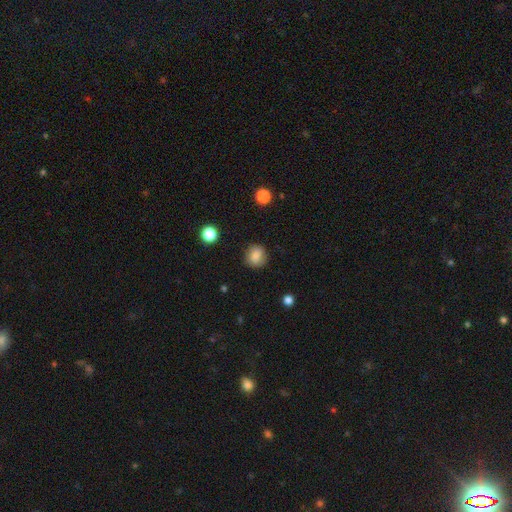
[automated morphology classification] This is clearly a smooth galaxy (86%). How rounded: clearly round (85%). Merging: clearly none (86%).